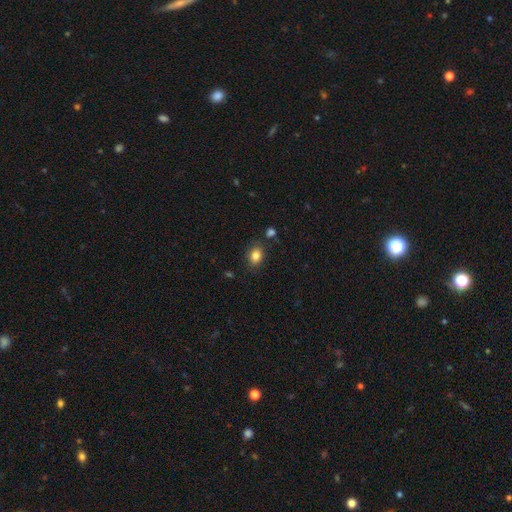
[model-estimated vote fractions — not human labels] A smooth galaxy with no disk features (83%) that is in between round and cigar-shaped (67%).

Vote fractions:
- Smooth or featured? smooth: 83% / star or artifact: 10% / featured or disk: 7%
- How rounded? in between: 67% / round: 32% / cigar-shaped: 1%
- Merging? none: 79% / minor disturbance: 13% / merger: 4% / major disturbance: 3%